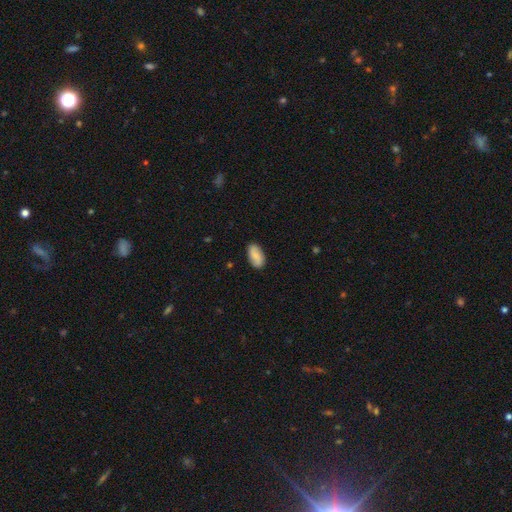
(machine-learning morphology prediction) smooth_or_featured: smooth (p=0.74) [alt: featured or disk p=0.19]
how_rounded: in between (p=0.93) [alt: round p=0.04]
merging: none (p=0.85) [alt: minor disturbance p=0.11]